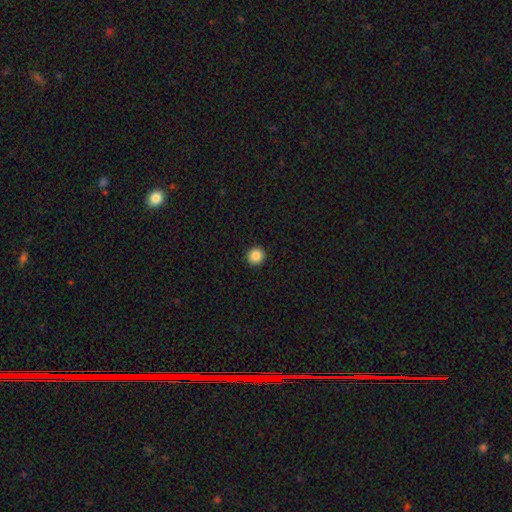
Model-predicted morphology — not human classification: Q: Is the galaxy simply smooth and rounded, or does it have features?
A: smooth — 87%.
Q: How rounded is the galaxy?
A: round — 94%.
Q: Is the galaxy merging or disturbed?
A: none — 94%.